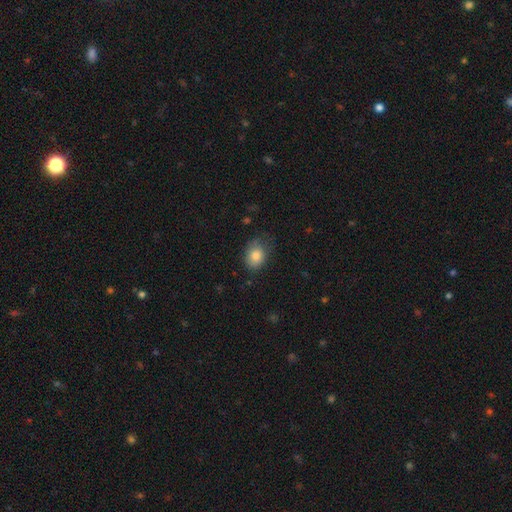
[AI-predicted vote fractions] smooth_or_featured: smooth (p=0.83) [alt: star or artifact p=0.08]
how_rounded: in between (p=0.61) [alt: round p=0.38]
merging: none (p=0.66) [alt: minor disturbance p=0.26]